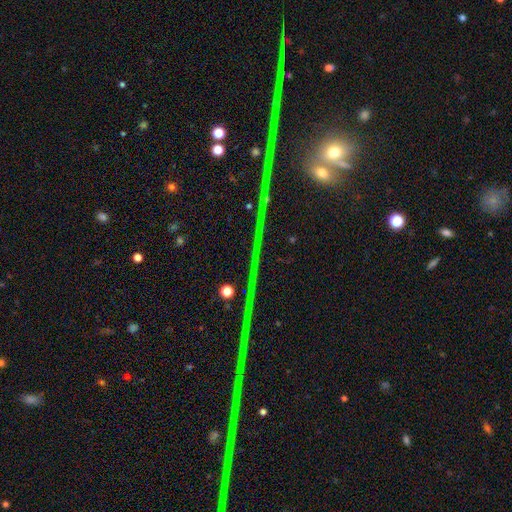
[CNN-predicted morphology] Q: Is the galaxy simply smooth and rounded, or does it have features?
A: star or artifact — 81%.